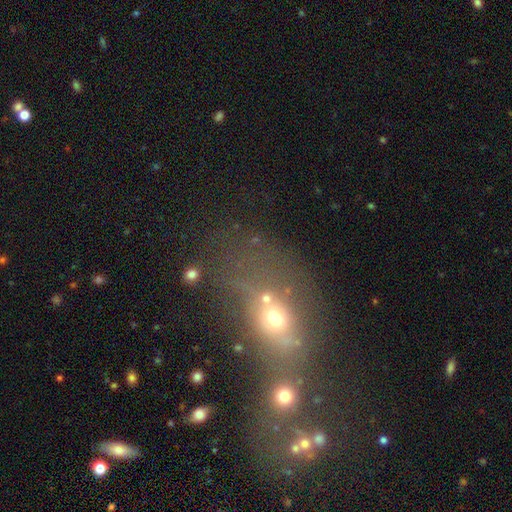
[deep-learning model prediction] smooth-or-featured: smooth: 39% | star or artifact: 36% | featured or disk: 25%
  merging: merger: 50% | none: 26% | major disturbance: 14% | minor disturbance: 10%